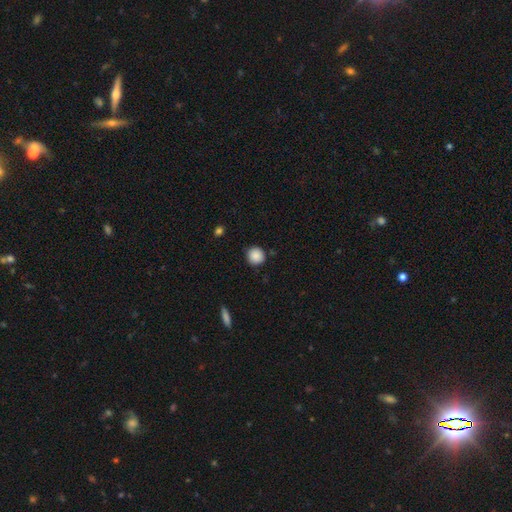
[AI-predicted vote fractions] Smooth or featured? smooth (88%)
How rounded? round (94%)
Merging? none (88%)